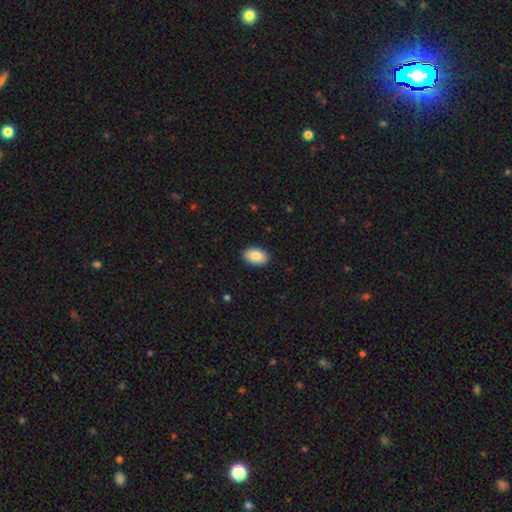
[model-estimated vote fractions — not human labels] Smooth or featured?
  - smooth: 83% *
  - featured or disk: 10%
  - star or artifact: 7%
How rounded?
  - in between: 90% *
  - round: 9%
  - cigar-shaped: 1%
Merging?
  - none: 90% *
  - minor disturbance: 8%
  - major disturbance: 2%
  - merger: 1%